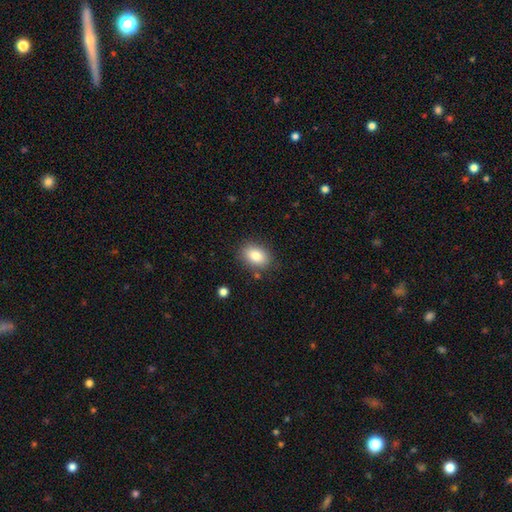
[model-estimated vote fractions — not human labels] Smooth or featured? smooth (84%)
How rounded? in between (81%)
Merging? none (84%)